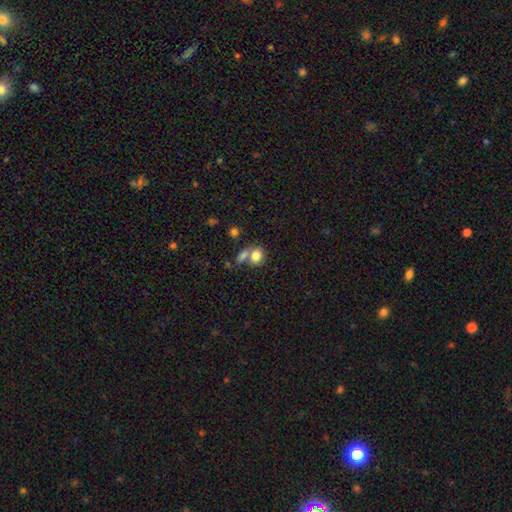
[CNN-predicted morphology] This is clearly a smooth galaxy (81%). How rounded: possibly round (55%). Merging: marginally none (44%).